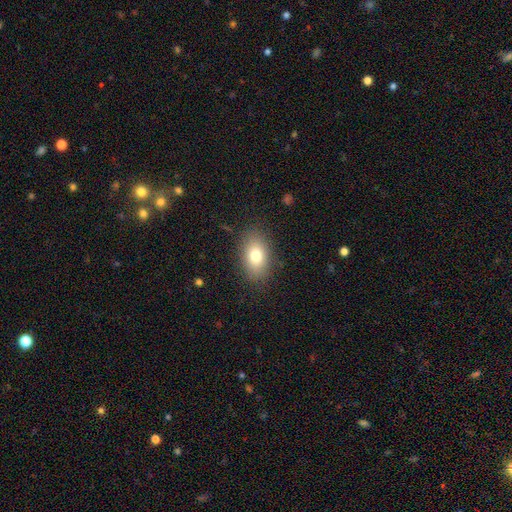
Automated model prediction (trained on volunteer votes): Smooth or featured? Predicted: smooth (p=0.77). How rounded? Predicted: in between (p=0.86). Merging? Predicted: none (p=0.85).